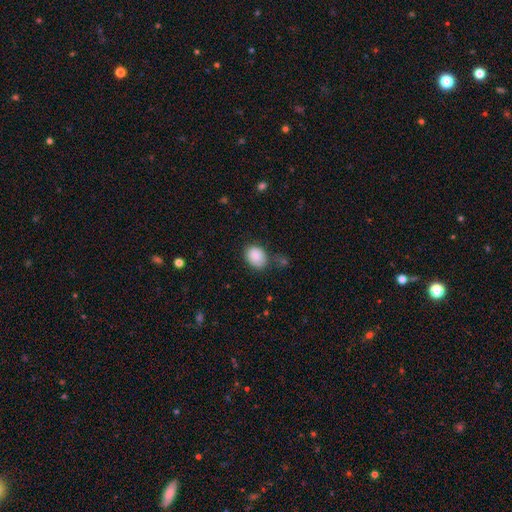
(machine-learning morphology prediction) Smooth or featured: smooth — 88% (star or artifact — 7%)
How rounded: in between — 59% (round — 40%)
Merging: none — 67% (minor disturbance — 21%)